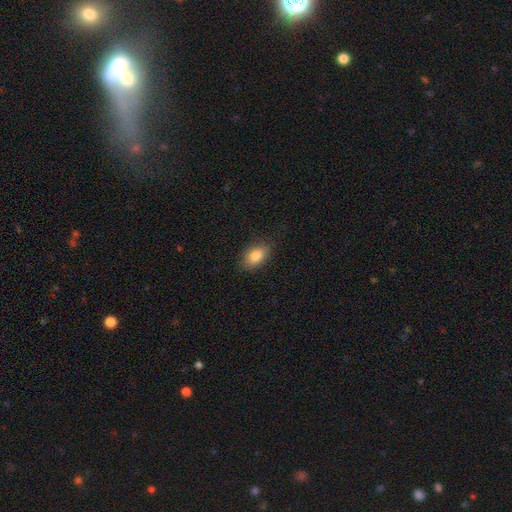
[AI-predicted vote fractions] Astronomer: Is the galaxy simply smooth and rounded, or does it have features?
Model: smooth — 84%.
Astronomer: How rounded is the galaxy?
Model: in between — 88%.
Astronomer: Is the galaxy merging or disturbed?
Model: none — 82%.